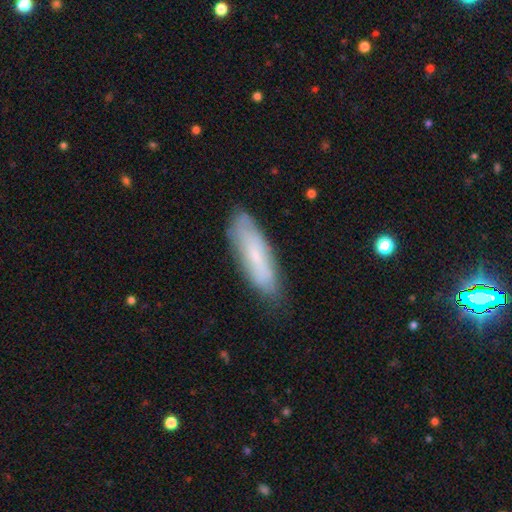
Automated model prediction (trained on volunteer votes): Overall: smooth (63%; featured or disk 30%). How rounded: cigar-shaped (56%; in between 42%). Merging: none (76%).